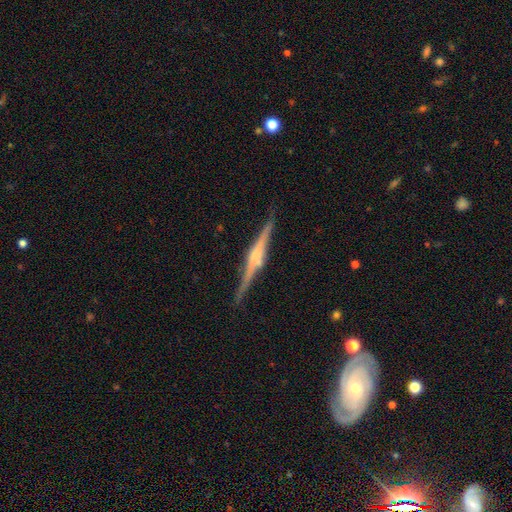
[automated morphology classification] This appears to be a featured or disk galaxy (82%) viewed edge-on (98%) with a rounded central bulge (61%). Merging: none (88%).